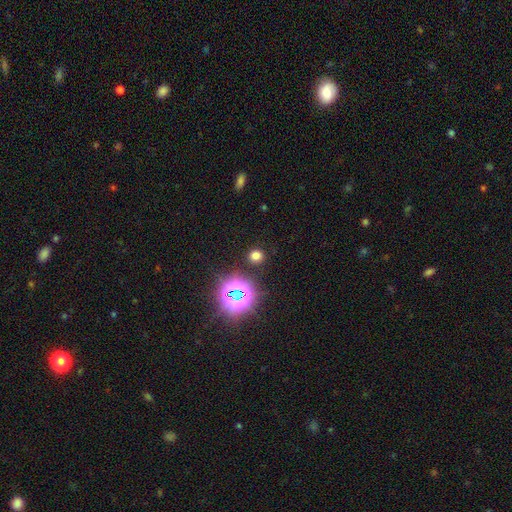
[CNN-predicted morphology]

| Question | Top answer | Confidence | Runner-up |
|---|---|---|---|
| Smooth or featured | smooth | 66% | star or artifact (28%) |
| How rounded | round | 83% | in between (16%) |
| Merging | none | 88% | minor disturbance (7%) |